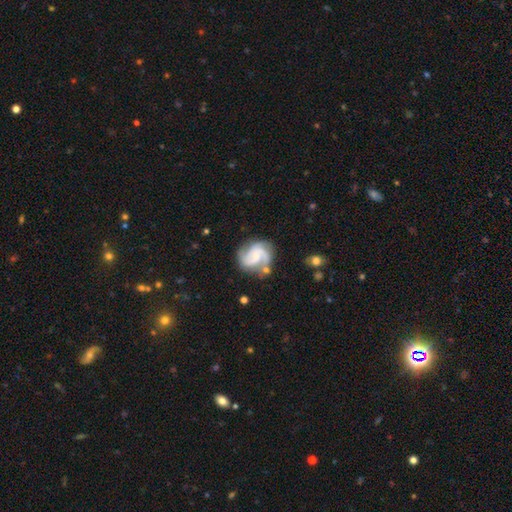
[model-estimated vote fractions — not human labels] Morphology: type=featured or disk (85%); edge-on=no (98%); bar=no (55%); spiral arms=yes (97%); winding=medium (52%); arm count=3 (51%); bulge=small (55%); merging=none (64%).